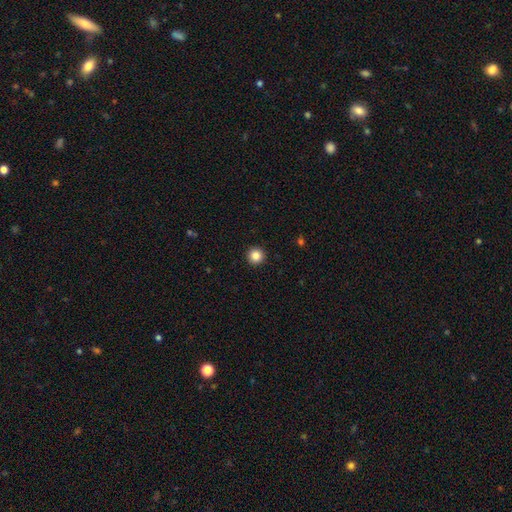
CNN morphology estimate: This appears to be a smooth galaxy with no disk features (86%) that is round (96%). Merging: none (94%).